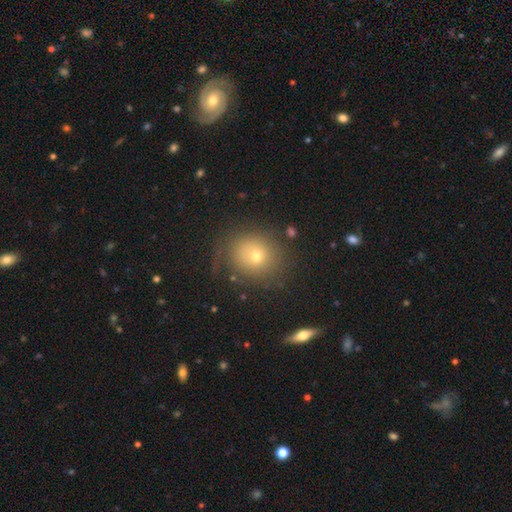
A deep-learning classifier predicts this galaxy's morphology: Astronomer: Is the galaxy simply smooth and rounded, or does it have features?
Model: smooth — 66%.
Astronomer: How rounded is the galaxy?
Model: round — 82%.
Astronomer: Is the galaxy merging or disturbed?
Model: none — 73%.